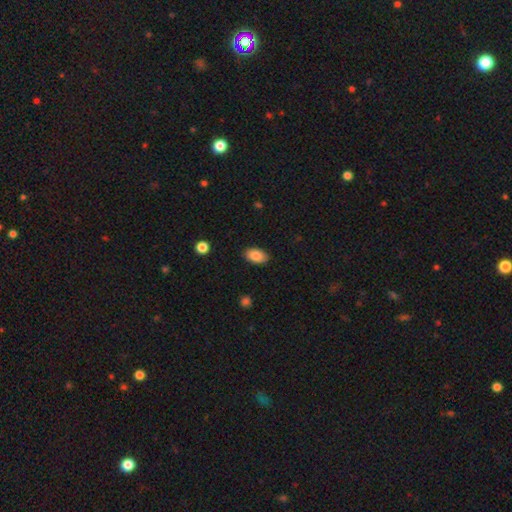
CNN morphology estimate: Smooth or featured? Predicted: smooth (p=0.86). How rounded? Predicted: in between (p=0.92). Merging? Predicted: none (p=0.87).